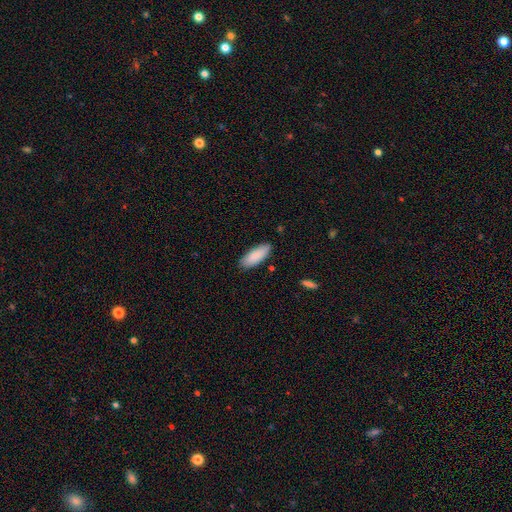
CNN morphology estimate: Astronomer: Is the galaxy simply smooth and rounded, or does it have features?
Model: smooth — 88%.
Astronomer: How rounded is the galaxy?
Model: in between — 74%.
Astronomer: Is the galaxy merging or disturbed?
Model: none — 85%.